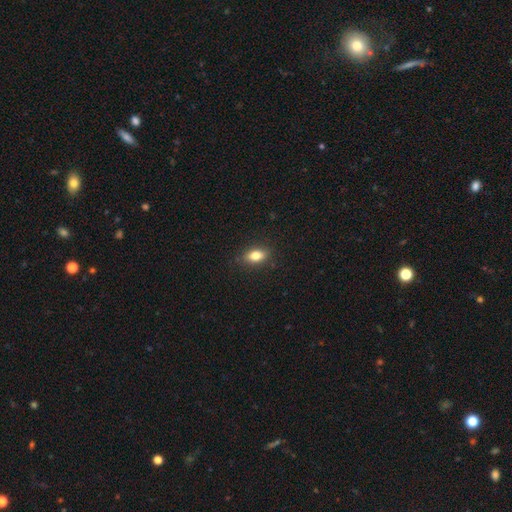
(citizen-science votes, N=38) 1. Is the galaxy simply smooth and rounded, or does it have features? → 79% smooth, 13% featured or disk, 8% star or artifact.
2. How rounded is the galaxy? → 73% in between, 23% round, 3% cigar-shaped.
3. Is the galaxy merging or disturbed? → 89% none, 9% minor disturbance, 3% major disturbance, 0% merger.